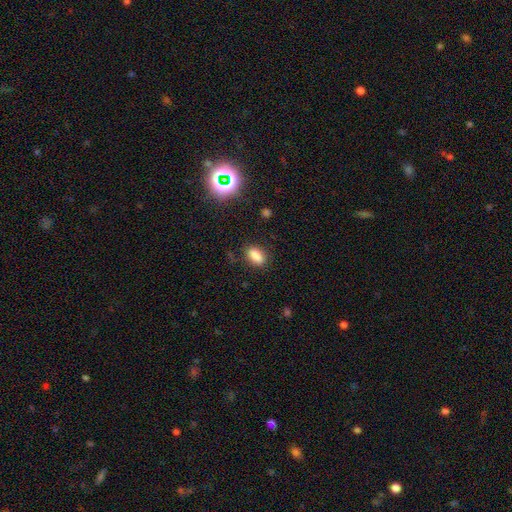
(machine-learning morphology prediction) Smooth or featured?
  - smooth: 83% *
  - star or artifact: 12%
  - featured or disk: 5%
How rounded?
  - in between: 87% *
  - round: 9%
  - cigar-shaped: 5%
Merging?
  - none: 82% *
  - minor disturbance: 12%
  - major disturbance: 4%
  - merger: 2%